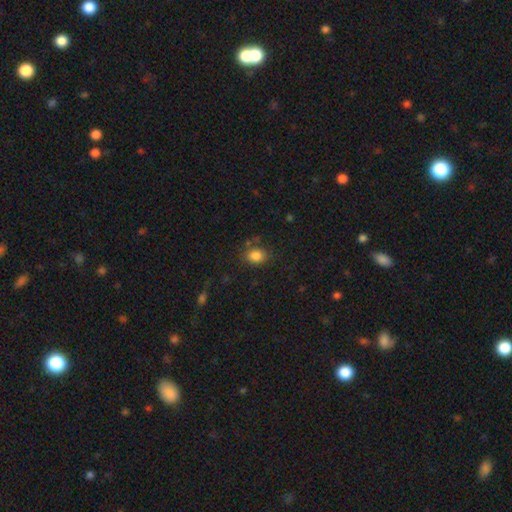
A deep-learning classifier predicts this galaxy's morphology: Q: Smooth or featured?
A: smooth (84%); runner-up: star or artifact (10%)
Q: How rounded?
A: in between (61%); runner-up: round (38%)
Q: Merging?
A: none (75%); runner-up: minor disturbance (15%)